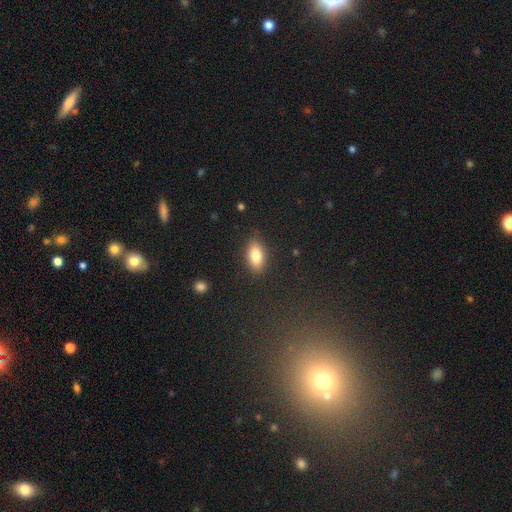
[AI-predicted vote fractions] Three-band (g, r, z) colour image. It shows a smooth galaxy with no disk features (82%) that is in between round and cigar-shaped (90%). Merging: none (85%).